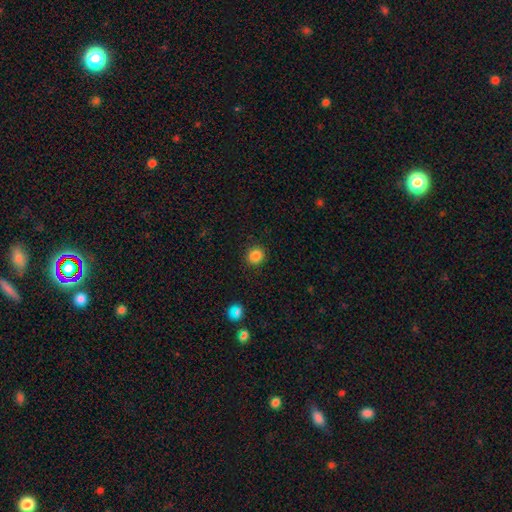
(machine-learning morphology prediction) Overall: smooth (85%). How rounded: round (82%). Merging: none (90%).